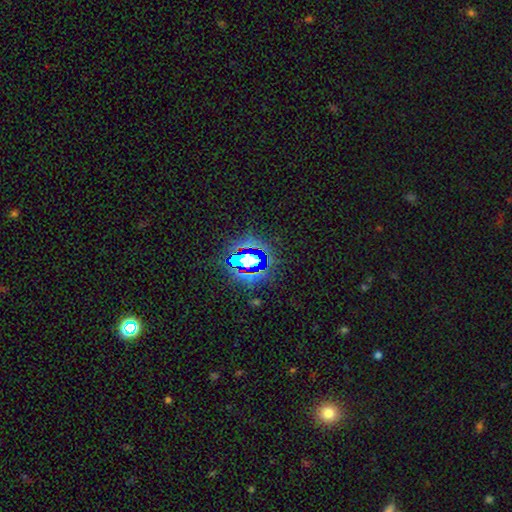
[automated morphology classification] star or artifact 81%, smooth 12%, featured or disk 7%.